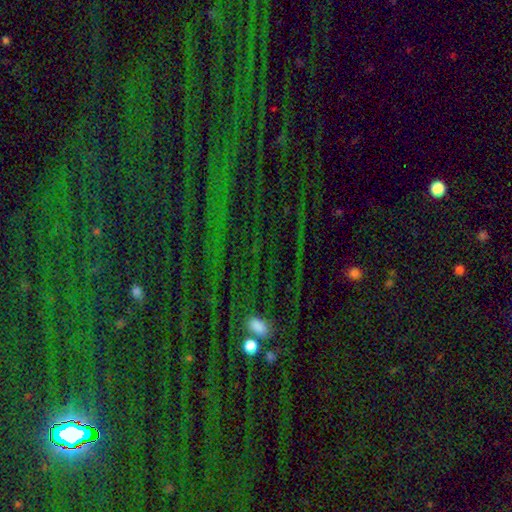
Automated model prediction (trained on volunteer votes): Smooth or featured: star or artifact — 79% (smooth — 12%)